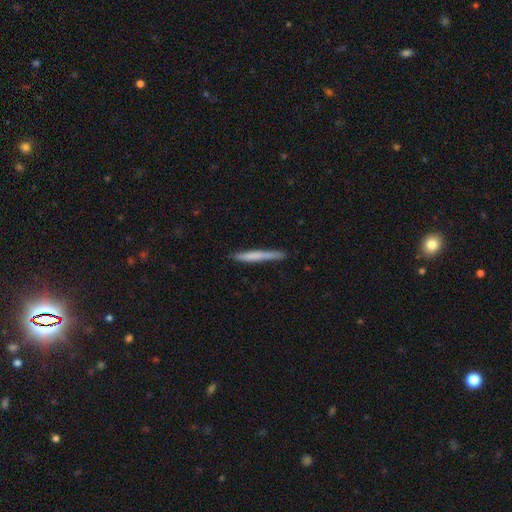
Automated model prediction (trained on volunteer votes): The model was most divided on "smooth or featured": smooth: 67%, featured or disk: 27%, star or artifact: 6%. More confident: how rounded — cigar-shaped (97%); merging — none (86%).